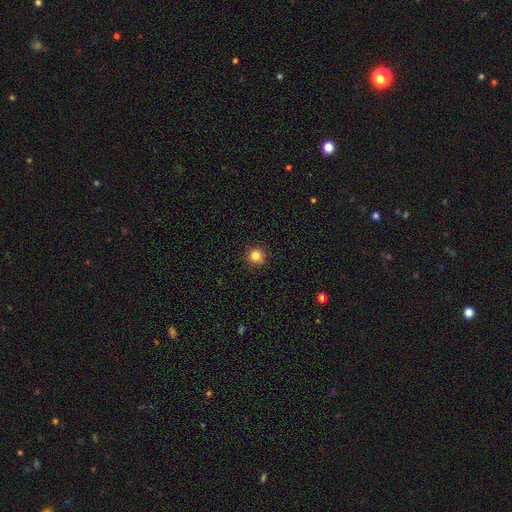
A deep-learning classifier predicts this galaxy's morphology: Q: Smooth or featured?
A: smooth (82%); runner-up: star or artifact (12%)
Q: How rounded?
A: round (92%); runner-up: in between (7%)
Q: Merging?
A: none (88%); runner-up: minor disturbance (9%)